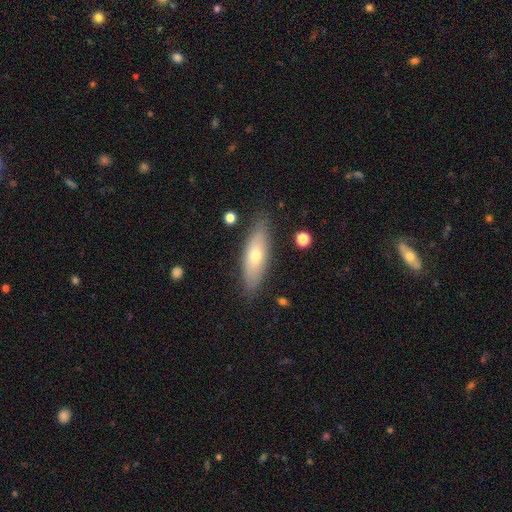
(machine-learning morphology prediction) Smooth or featured? smooth (61%)
How rounded? in between (53%)
Merging? none (83%)